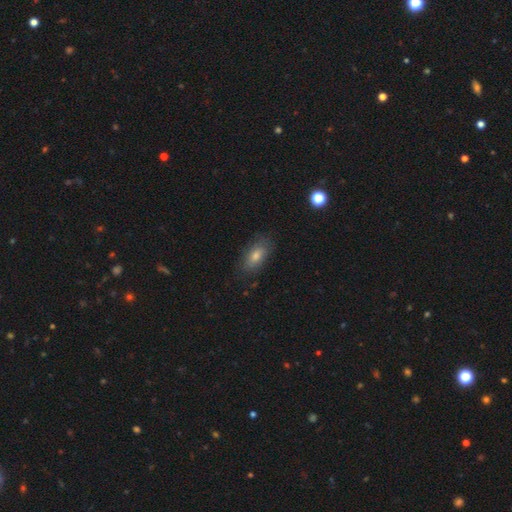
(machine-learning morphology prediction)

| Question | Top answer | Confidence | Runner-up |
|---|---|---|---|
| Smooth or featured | smooth | 69% | featured or disk (19%) |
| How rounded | in between | 84% | cigar-shaped (10%) |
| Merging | none | 80% | minor disturbance (15%) |